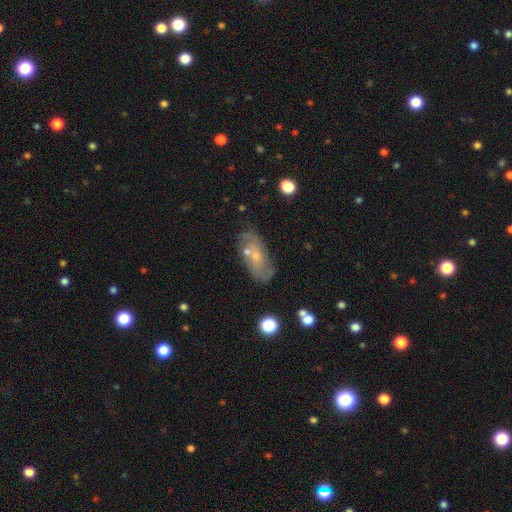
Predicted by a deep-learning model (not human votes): Overall: featured or disk (56%; smooth 34%). Edge-on disk: no (87%). Merging: none (68%).